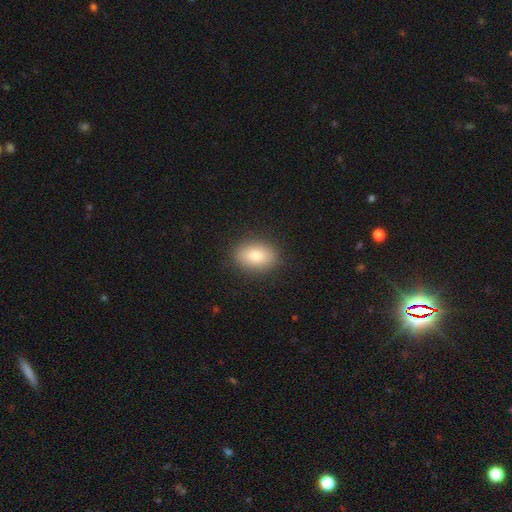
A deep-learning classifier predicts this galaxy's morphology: type=smooth (86%); roundness=in between (82%); merging=none (87%).